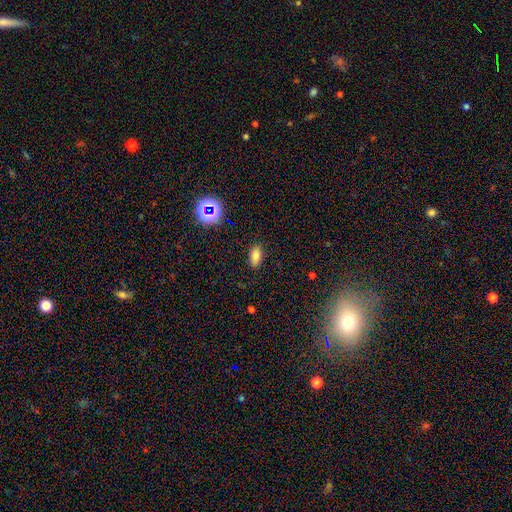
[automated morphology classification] Smooth or featured?
  - smooth: 77% *
  - star or artifact: 14%
  - featured or disk: 9%
How rounded?
  - in between: 89% *
  - round: 6%
  - cigar-shaped: 6%
Merging?
  - none: 85% *
  - minor disturbance: 11%
  - major disturbance: 3%
  - merger: 1%